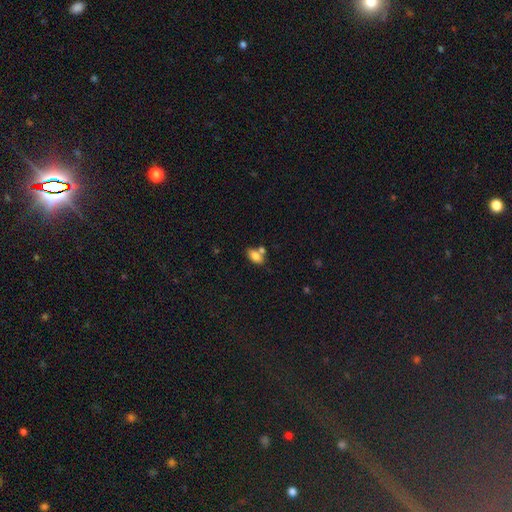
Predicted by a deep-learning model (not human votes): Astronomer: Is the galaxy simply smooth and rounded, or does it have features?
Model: smooth — 79%.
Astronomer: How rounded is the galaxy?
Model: in between — 89%.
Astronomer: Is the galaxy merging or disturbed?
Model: none — 54% (runner-up: merger, 29%).